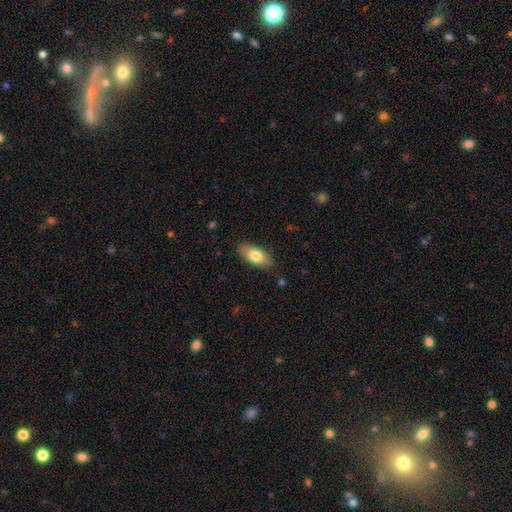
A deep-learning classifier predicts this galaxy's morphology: This is likely a smooth galaxy (79%). How rounded: clearly in between (89%). Merging: clearly none (84%).